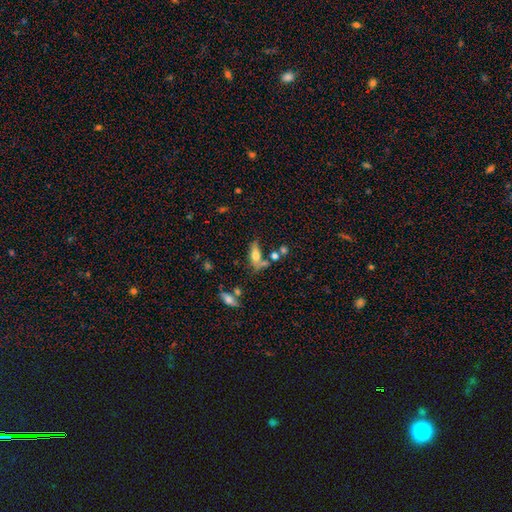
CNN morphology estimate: Smooth or featured?
  - smooth: 65% *
  - featured or disk: 25%
  - star or artifact: 10%
How rounded?
  - in between: 71% *
  - cigar-shaped: 25%
  - round: 4%
Merging?
  - none: 43% *
  - merger: 23%
  - minor disturbance: 21%
  - major disturbance: 13%